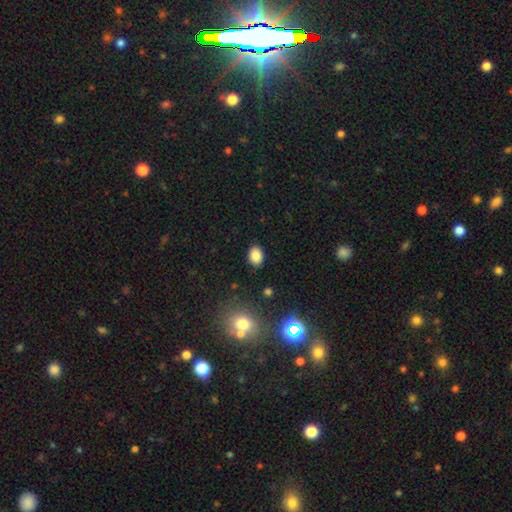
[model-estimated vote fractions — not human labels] Smooth or featured? Predicted: smooth (p=0.84). How rounded? Predicted: in between (p=0.71). Merging? Predicted: none (p=0.86).